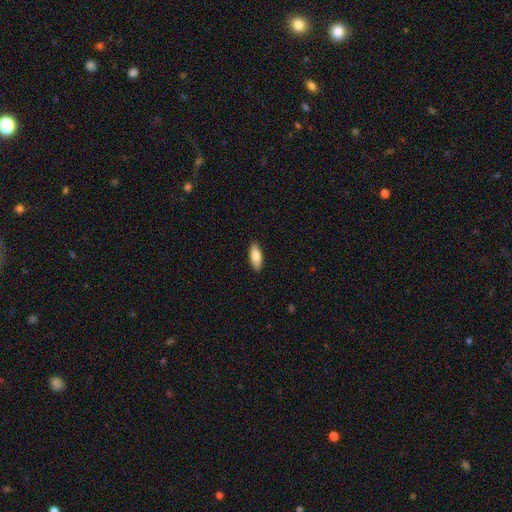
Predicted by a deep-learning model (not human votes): A smooth galaxy with no disk features (81%) that is in between round and cigar-shaped (74%).

Vote fractions:
- Smooth or featured? smooth: 81% / featured or disk: 13% / star or artifact: 6%
- How rounded? in between: 74% / cigar-shaped: 24% / round: 2%
- Merging? none: 90% / minor disturbance: 8% / major disturbance: 2% / merger: 1%